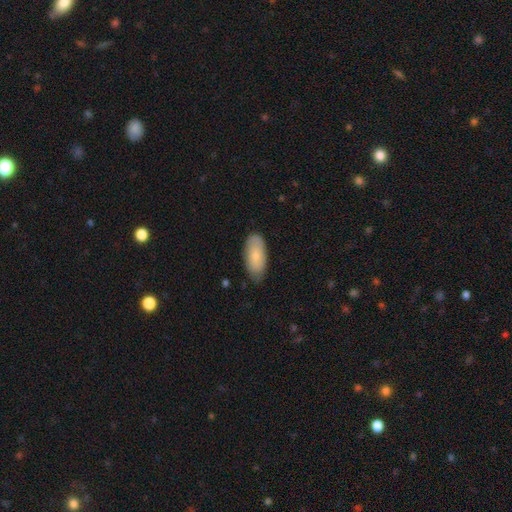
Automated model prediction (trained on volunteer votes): A smooth galaxy with no disk features (77%) that is in between round and cigar-shaped (91%).

Vote fractions:
- Smooth or featured? smooth: 77% / featured or disk: 18% / star or artifact: 6%
- How rounded? in between: 91% / cigar-shaped: 7% / round: 2%
- Merging? none: 75% / minor disturbance: 21% / major disturbance: 3% / merger: 1%